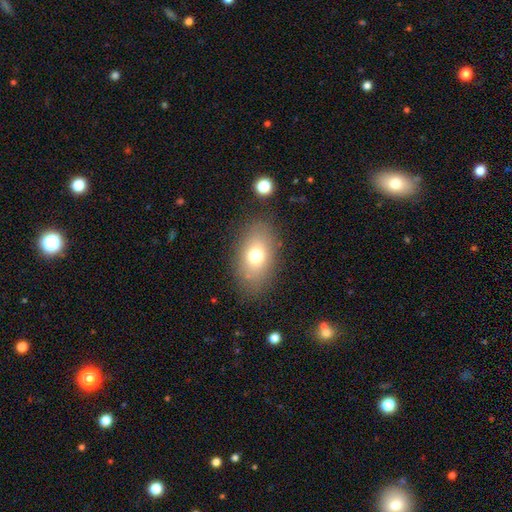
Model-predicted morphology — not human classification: This appears to be a smooth galaxy with no disk features (72%) that is in between round and cigar-shaped (84%). Merging: none (81%).